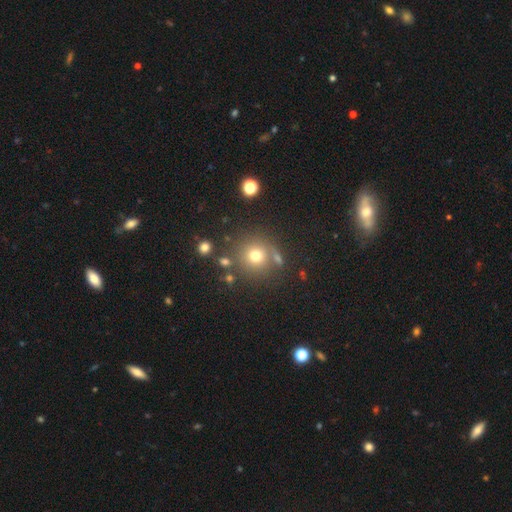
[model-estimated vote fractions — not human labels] Smooth or featured: smooth — 72% (star or artifact — 17%)
How rounded: round — 93% (in between — 6%)
Merging: none — 76% (minor disturbance — 10%)